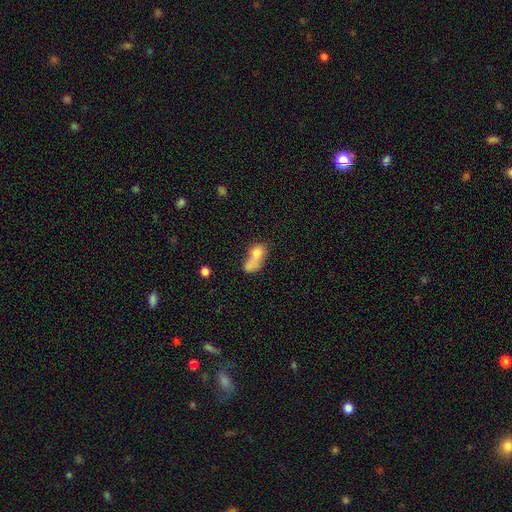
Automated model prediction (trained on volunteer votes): Morphology: type=smooth (71%); roundness=in between (69%); merging=merger (58%).